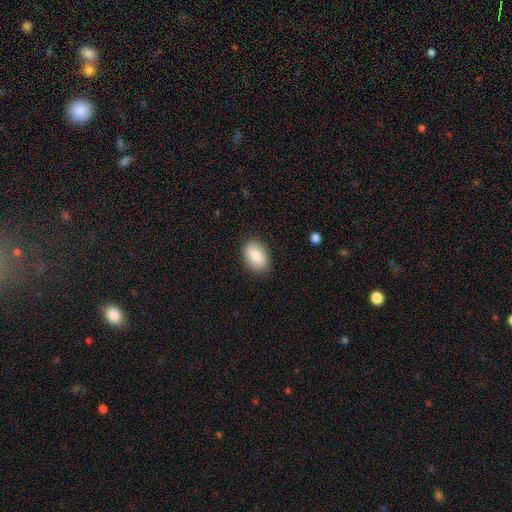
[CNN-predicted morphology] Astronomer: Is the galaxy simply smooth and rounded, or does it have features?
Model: smooth — 85%.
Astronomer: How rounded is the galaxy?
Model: in between — 85%.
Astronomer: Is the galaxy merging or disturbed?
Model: none — 87%.